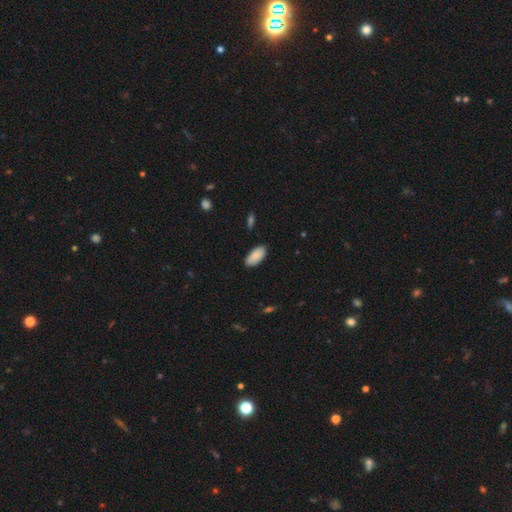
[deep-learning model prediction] smooth-or-featured: smooth: 89% | star or artifact: 6% | featured or disk: 6%
  how-rounded: in between: 94% | cigar-shaped: 4% | round: 2%
  merging: none: 87% | minor disturbance: 10% | major disturbance: 2% | merger: 1%